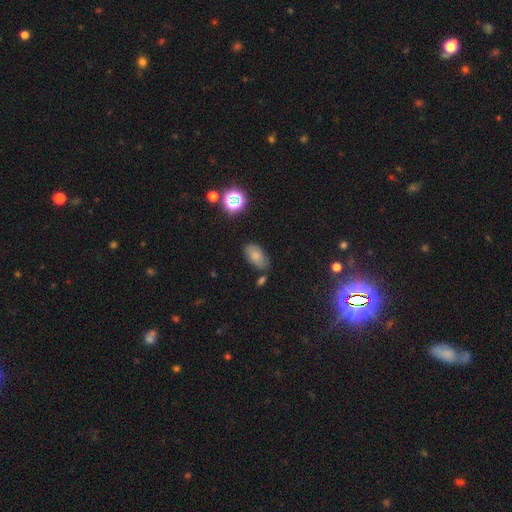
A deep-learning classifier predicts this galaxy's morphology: A smooth galaxy with no disk features (74%) that is in between round and cigar-shaped (92%). Merging: none (71%).